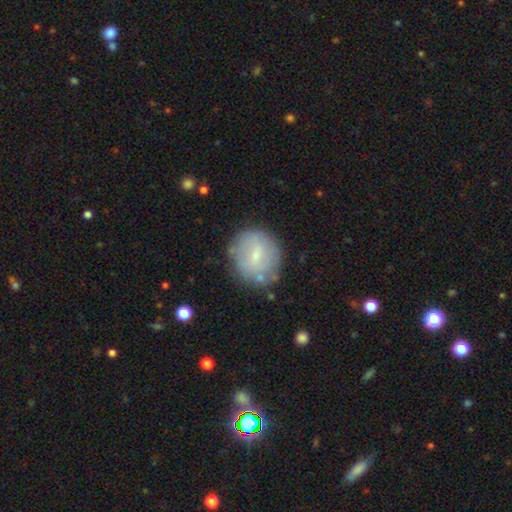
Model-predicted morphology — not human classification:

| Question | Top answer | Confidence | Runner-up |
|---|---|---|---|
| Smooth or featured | smooth | 58% | featured or disk (34%) |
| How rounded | round | 84% | in between (15%) |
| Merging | none | 77% | minor disturbance (15%) |